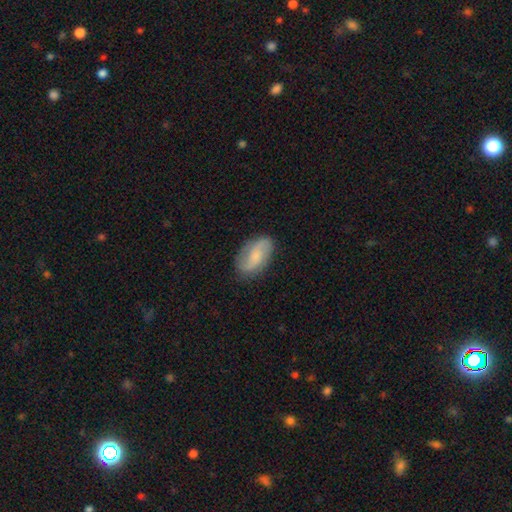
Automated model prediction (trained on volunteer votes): A featured or disk galaxy (58%) with no bar (49%), 2 (85%) loose (41%) spiral arms (92%) and a small central bulge (37%).

Vote fractions:
- Smooth or featured? featured or disk: 58% / smooth: 35% / star or artifact: 7%
- Edge-on disk? no: 96% / yes: 4%
- Bar? no: 49% / weak: 41% / strong: 10%
- Spiral arms? yes: 92% / no: 8%
- Spiral winding? loose: 41% / medium: 40% / tight: 19%
- Spiral arm count? 2: 85% / can't tell: 7% / 1: 3% / 3: 2% / 4: 1% / more than 4: 1%
- Bulge size? small: 37% / moderate: 29% / none: 26% / large: 6% / dominant: 2%
- Merging? none: 79% / minor disturbance: 15% / major disturbance: 4% / merger: 1%